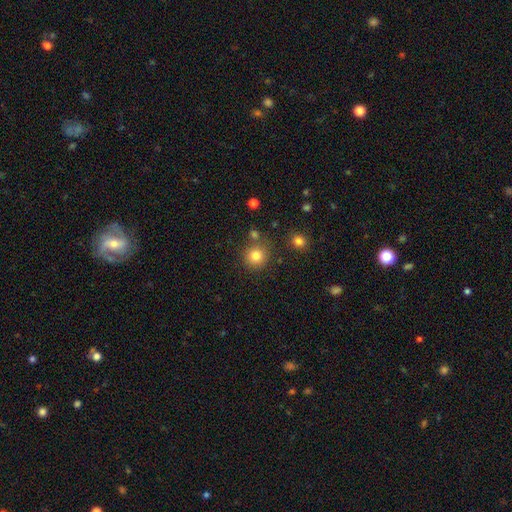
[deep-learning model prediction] A smooth galaxy with no disk features (82%) that is round (91%). Merging: none (79%).